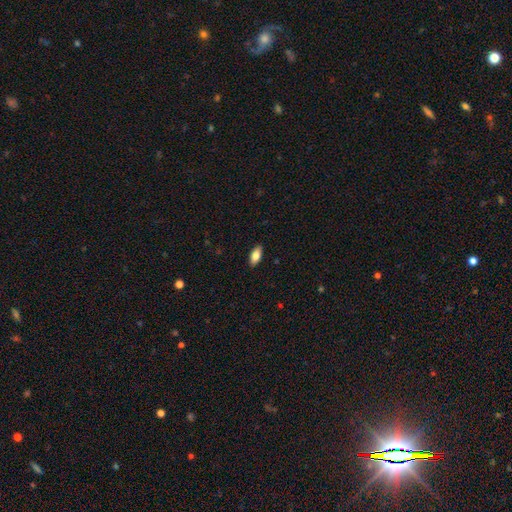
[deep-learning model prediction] Smooth or featured?
  - smooth: 80% *
  - featured or disk: 13%
  - star or artifact: 7%
How rounded?
  - in between: 88% *
  - cigar-shaped: 9%
  - round: 2%
Merging?
  - none: 89% *
  - minor disturbance: 8%
  - major disturbance: 2%
  - merger: 1%